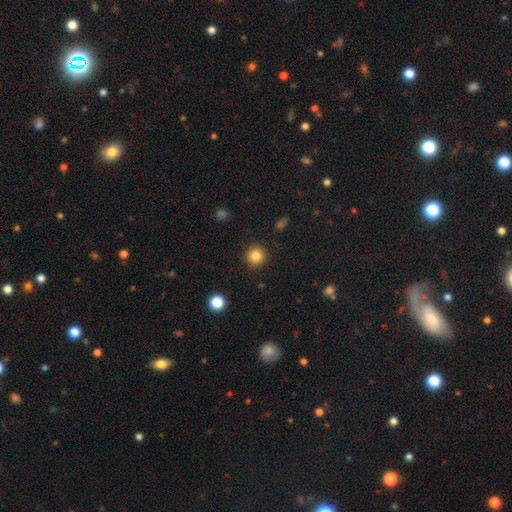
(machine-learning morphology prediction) smooth_or_featured: smooth (p=0.84) [alt: star or artifact p=0.11]
how_rounded: round (p=0.94) [alt: in between p=0.05]
merging: none (p=0.92) [alt: minor disturbance p=0.05]